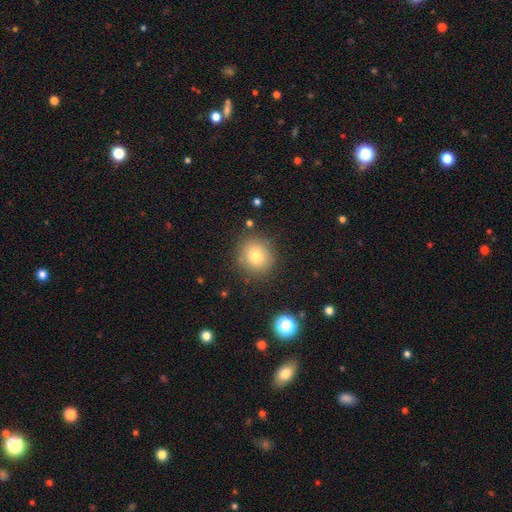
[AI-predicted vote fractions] Smooth or featured: smooth — 77% (star or artifact — 12%)
How rounded: round — 82% (in between — 17%)
Merging: none — 84% (minor disturbance — 11%)